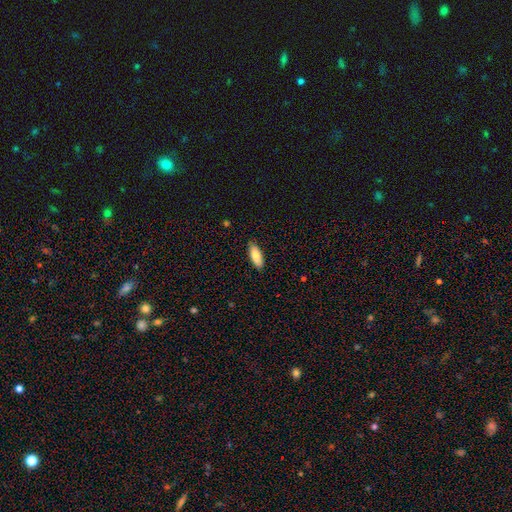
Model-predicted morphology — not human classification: The model was most divided on "how rounded": in between: 80%, cigar-shaped: 18%, round: 2%. More confident: merging — none (87%); smooth or featured — smooth (81%).